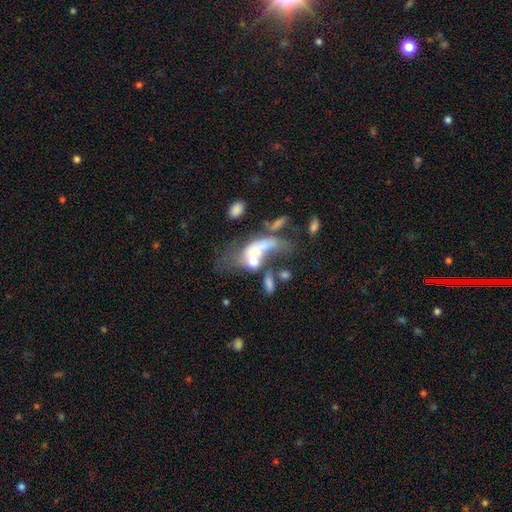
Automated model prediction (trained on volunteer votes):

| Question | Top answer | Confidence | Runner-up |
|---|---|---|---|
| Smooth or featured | featured or disk | 54% | smooth (30%) |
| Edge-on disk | no | 91% | yes (9%) |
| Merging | merger | 47% | major disturbance (31%) |